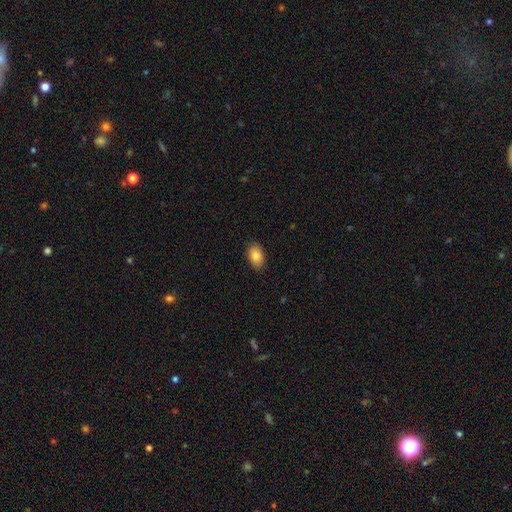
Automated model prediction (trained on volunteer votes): smooth 82%, featured or disk 11%, star or artifact 7%. Down the decision tree: how rounded — in between (90%); merging — none (88%).